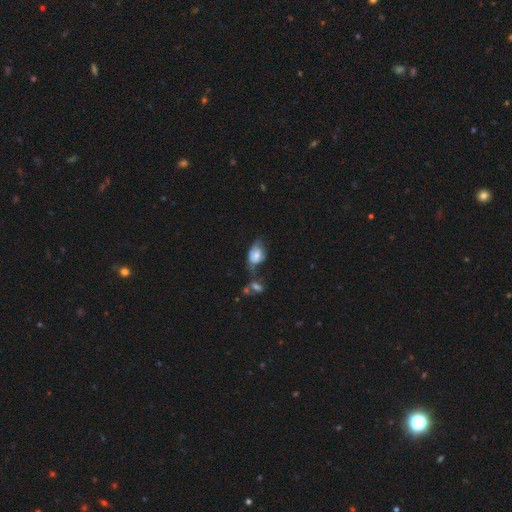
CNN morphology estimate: Smooth or featured?
  - smooth: 60% *
  - featured or disk: 31%
  - star or artifact: 9%
How rounded?
  - in between: 84% *
  - round: 14%
  - cigar-shaped: 2%
Merging?
  - none: 27% * (tied)
  - minor disturbance: 27% * (tied)
  - merger: 25%
  - major disturbance: 21%